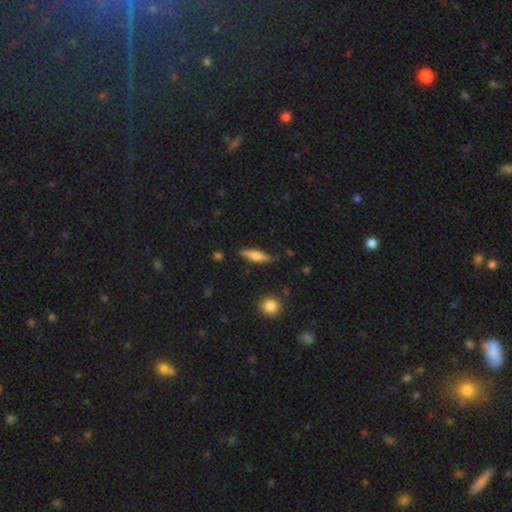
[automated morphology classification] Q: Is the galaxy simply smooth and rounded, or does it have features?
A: smooth — 52%.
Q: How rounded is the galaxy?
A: cigar-shaped — 73%.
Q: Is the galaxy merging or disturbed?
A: none — 83%.